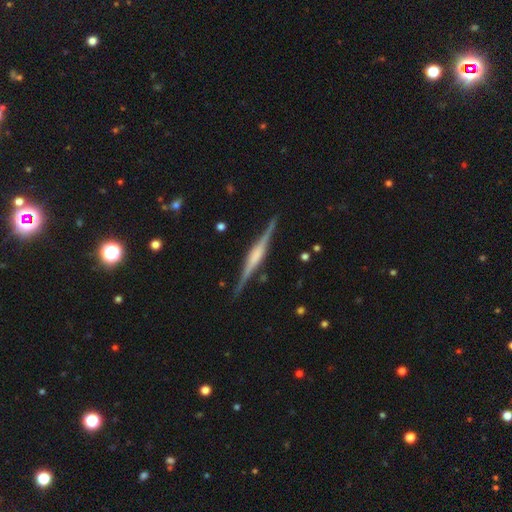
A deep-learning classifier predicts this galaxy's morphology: type=featured or disk (84%); edge-on=yes (98%); edge-on bulge=rounded (48%); merging=none (88%).